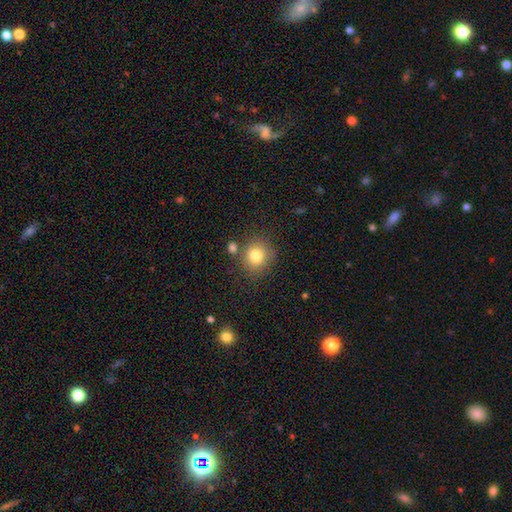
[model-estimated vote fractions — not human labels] smooth-or-featured: smooth: 80% | star or artifact: 11% | featured or disk: 9%
  how-rounded: round: 83% | in between: 16% | cigar-shaped: 1%
  merging: none: 75% | minor disturbance: 11% | merger: 10% | major disturbance: 4%